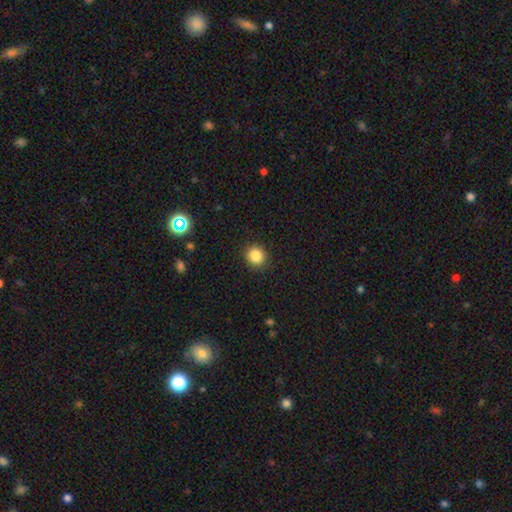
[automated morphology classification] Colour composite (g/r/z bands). It shows a smooth galaxy with no disk features (85%) that is round (89%). Merging: none (91%).